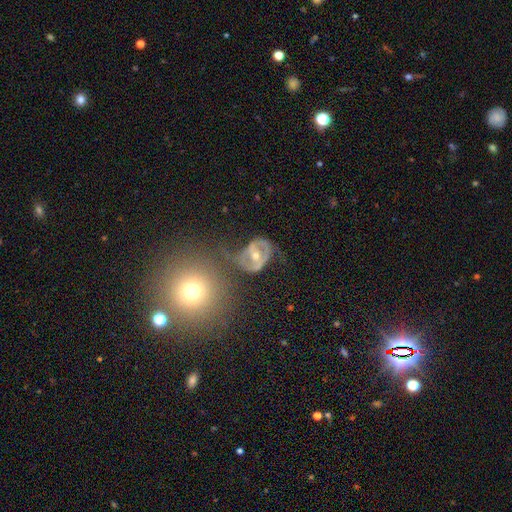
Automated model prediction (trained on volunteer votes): Morphology: type=featured or disk (69%); edge-on=no (96%); bar=no (43%); spiral arms=no (50%, tied with yes); bulge=moderate (61%); merging=none (56%).